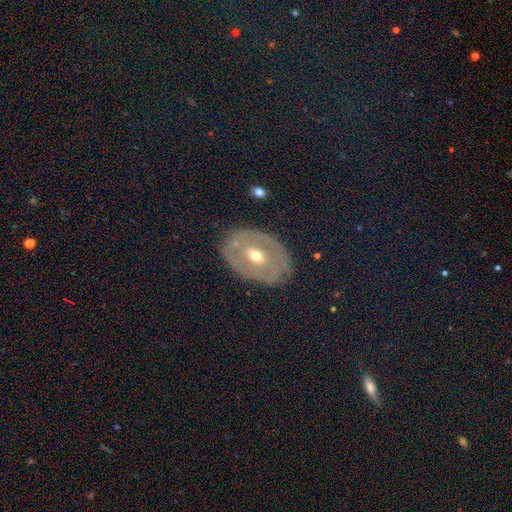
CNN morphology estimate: Smooth or featured? Predicted: featured or disk (p=0.63). Edge-on disk? Predicted: no (p=0.92). Bar? Predicted: no (p=0.59). Spiral arms? Predicted: no (p=0.71). Bulge size? Predicted: moderate (p=0.55). Merging? Predicted: none (p=0.77).